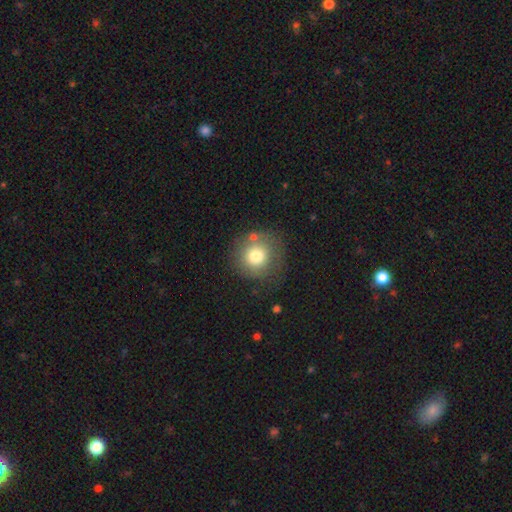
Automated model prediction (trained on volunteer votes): smooth_or_featured: smooth (p=0.76) [alt: featured or disk p=0.13]
how_rounded: round (p=0.92) [alt: in between p=0.07]
merging: none (p=0.74) [alt: minor disturbance p=0.14]